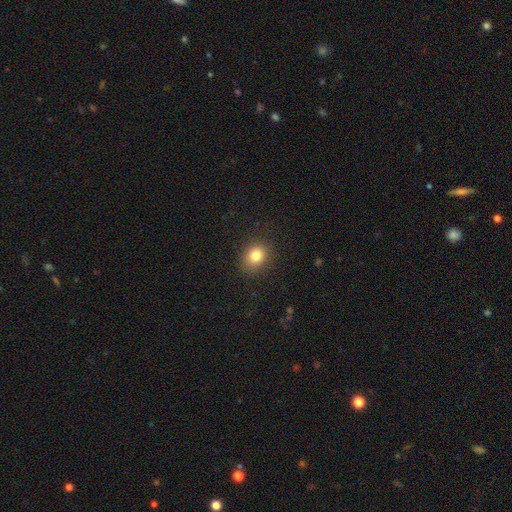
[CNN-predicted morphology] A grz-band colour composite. It shows a smooth galaxy with no disk features (81%) that is round (59%). Merging: none (86%).